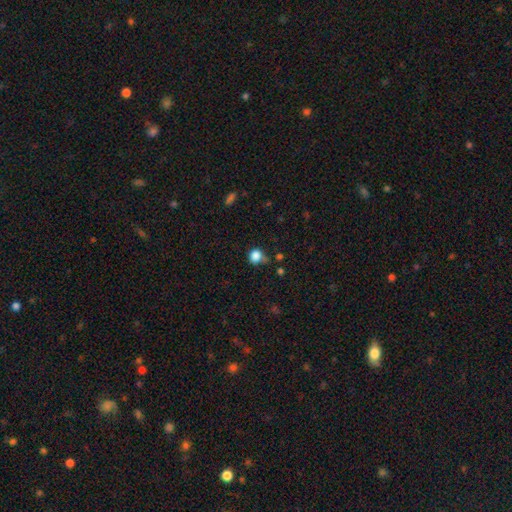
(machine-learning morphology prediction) A smooth galaxy with no disk features (84%) that is round (83%).

Vote fractions:
- Smooth or featured? smooth: 84% / star or artifact: 11% / featured or disk: 5%
- How rounded? round: 83% / in between: 15% / cigar-shaped: 1%
- Merging? none: 52% / minor disturbance: 30% / major disturbance: 11% / merger: 7%